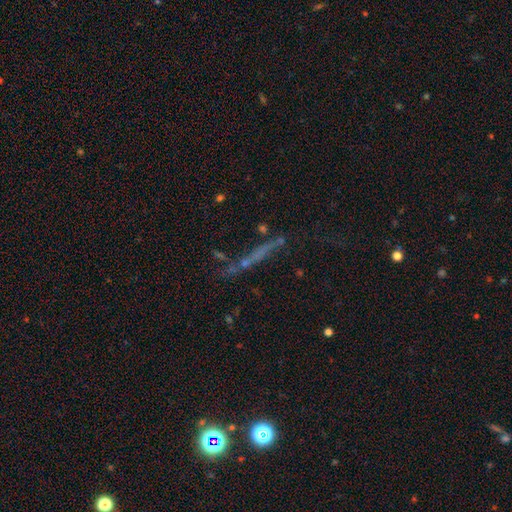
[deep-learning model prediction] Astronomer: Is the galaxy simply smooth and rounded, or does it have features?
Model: featured or disk — 39% (runner-up: star or artifact, 36%).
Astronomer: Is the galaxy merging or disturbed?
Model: none — 67%.